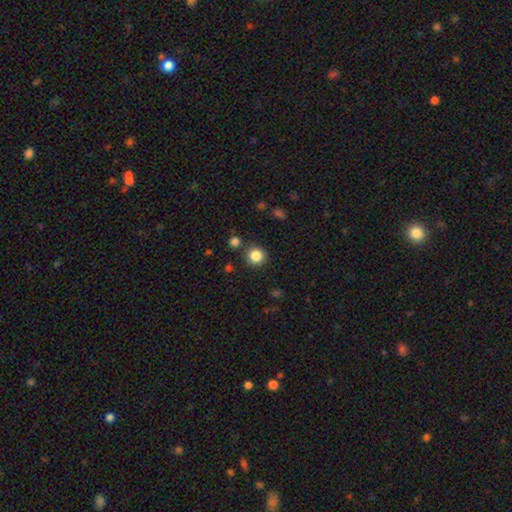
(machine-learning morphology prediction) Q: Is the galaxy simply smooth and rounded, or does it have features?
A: smooth — 85%.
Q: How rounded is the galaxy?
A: round — 93%.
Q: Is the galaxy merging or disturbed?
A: none — 86%.